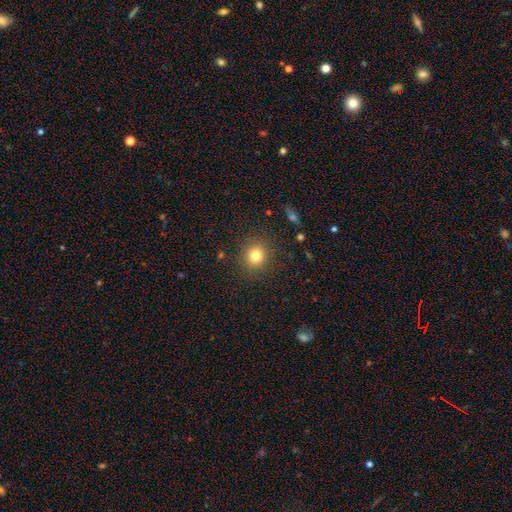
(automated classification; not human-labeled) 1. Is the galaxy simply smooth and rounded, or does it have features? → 80% smooth, 13% star or artifact, 7% featured or disk.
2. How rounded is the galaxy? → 85% round, 15% in between, 1% cigar-shaped.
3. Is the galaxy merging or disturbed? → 88% none, 8% minor disturbance, 3% major disturbance, 1% merger.